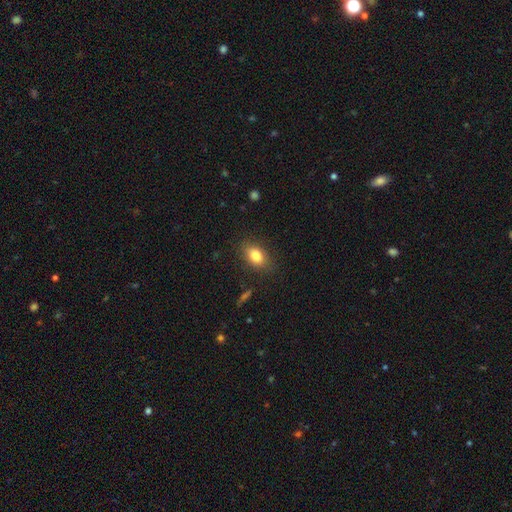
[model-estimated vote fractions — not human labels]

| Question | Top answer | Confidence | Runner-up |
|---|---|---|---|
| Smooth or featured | smooth | 83% | featured or disk (9%) |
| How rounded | in between | 83% | round (14%) |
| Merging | none | 83% | minor disturbance (12%) |